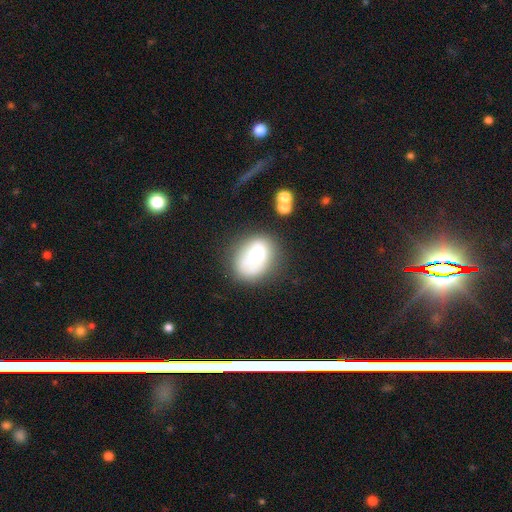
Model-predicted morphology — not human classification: Smooth or featured?
  - smooth: 68% *
  - featured or disk: 22%
  - star or artifact: 10%
How rounded?
  - in between: 62% *
  - round: 37%
  - cigar-shaped: 1%
Merging?
  - none: 47% *
  - minor disturbance: 25%
  - major disturbance: 15%
  - merger: 13%